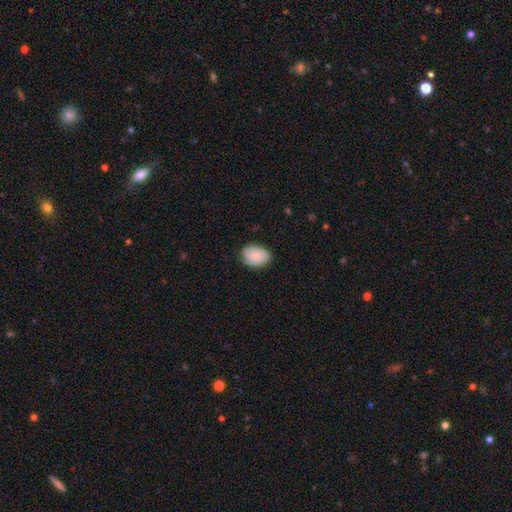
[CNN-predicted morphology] Smooth or featured? smooth (77%)
How rounded? in between (76%)
Merging? none (79%)